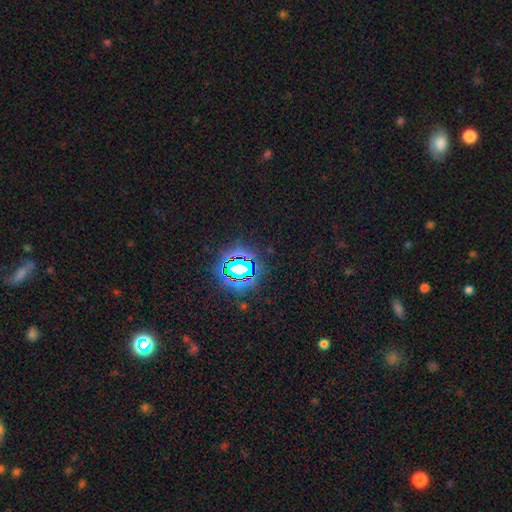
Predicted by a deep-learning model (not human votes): star or artifact 81%, smooth 12%, featured or disk 7%.